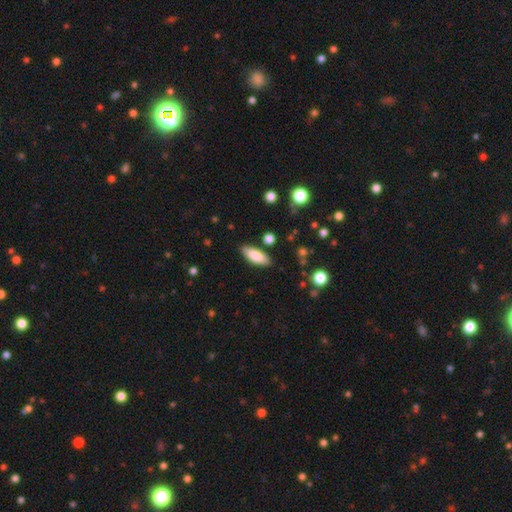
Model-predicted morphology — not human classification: Overall: smooth (84%). How rounded: in between (72%). Merging: none (85%).